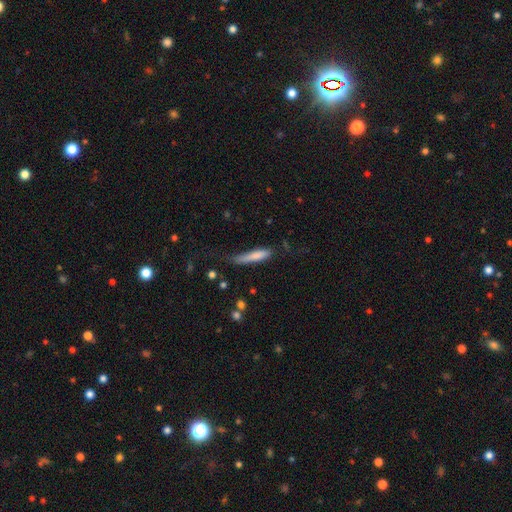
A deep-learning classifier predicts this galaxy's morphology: smooth 76%, featured or disk 17%, star or artifact 6%. Down the decision tree: how rounded — cigar-shaped (86%); merging — none (49%).